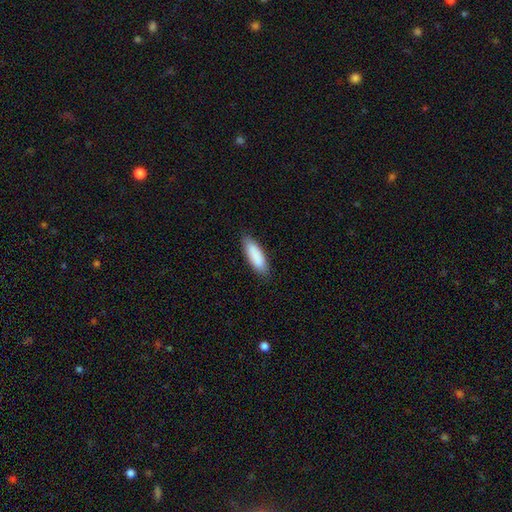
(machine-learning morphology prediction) A smooth galaxy with no disk features (88%) that is in between round and cigar-shaped (55%). Merging: none (86%).